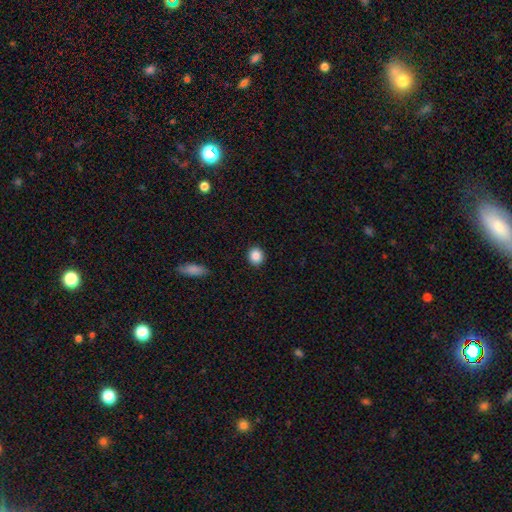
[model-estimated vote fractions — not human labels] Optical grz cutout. It shows a smooth galaxy with no disk features (86%) that is round (83%). Merging: none (91%).